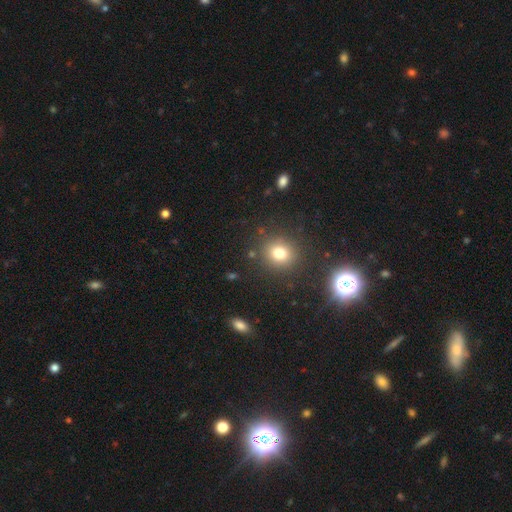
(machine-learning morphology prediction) Overall: smooth (47%; star or artifact 46%). Merging: none (88%).